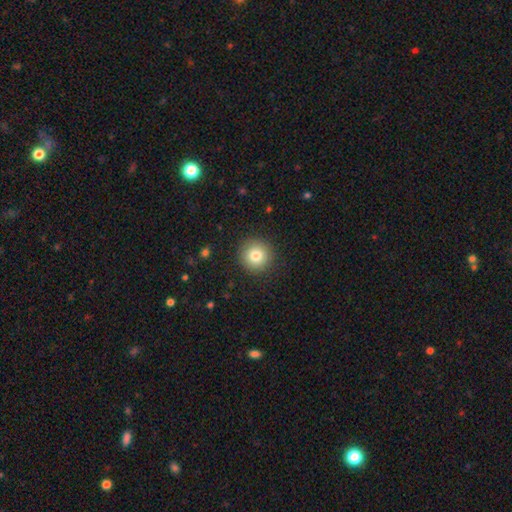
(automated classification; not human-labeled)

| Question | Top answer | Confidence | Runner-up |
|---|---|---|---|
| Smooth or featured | smooth | 81% | star or artifact (10%) |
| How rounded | round | 95% | in between (4%) |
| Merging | none | 91% | minor disturbance (6%) |